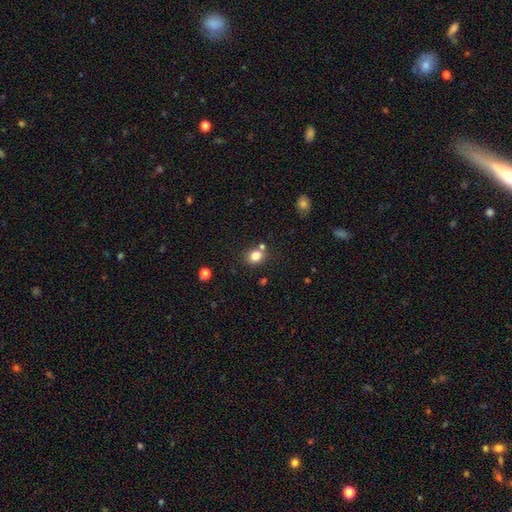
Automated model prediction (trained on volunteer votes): smooth 81%, star or artifact 12%, featured or disk 6%. Down the decision tree: how rounded — round (67%); merging — none (70%).